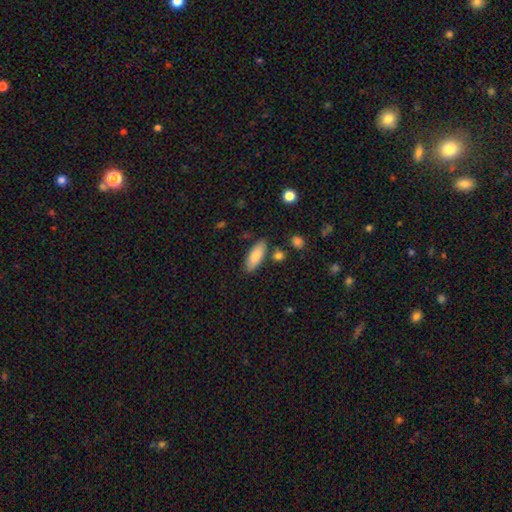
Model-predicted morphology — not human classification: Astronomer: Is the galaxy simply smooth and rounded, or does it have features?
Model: smooth — 82%.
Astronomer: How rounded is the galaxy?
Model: in between — 71%.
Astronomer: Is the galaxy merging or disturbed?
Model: none — 81%.